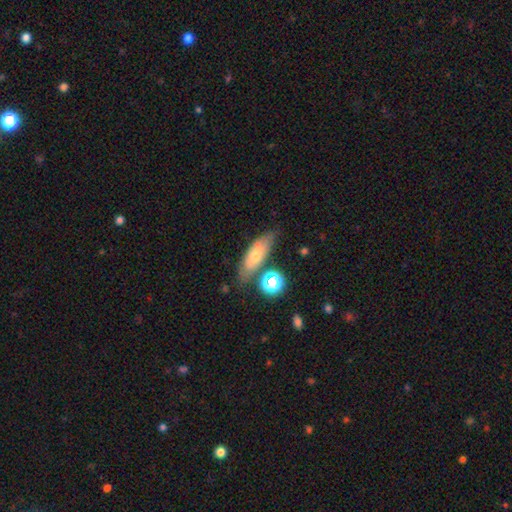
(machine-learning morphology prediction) smooth-or-featured: smooth: 49% | featured or disk: 41% | star or artifact: 10%
  merging: none: 66% | minor disturbance: 19% | merger: 9% | major disturbance: 6%